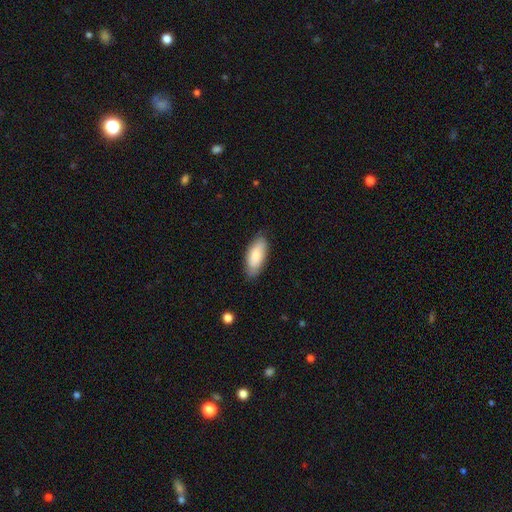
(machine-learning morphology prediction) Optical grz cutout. It shows a smooth galaxy with no disk features (83%) that is in between round and cigar-shaped (84%). Merging: none (82%).